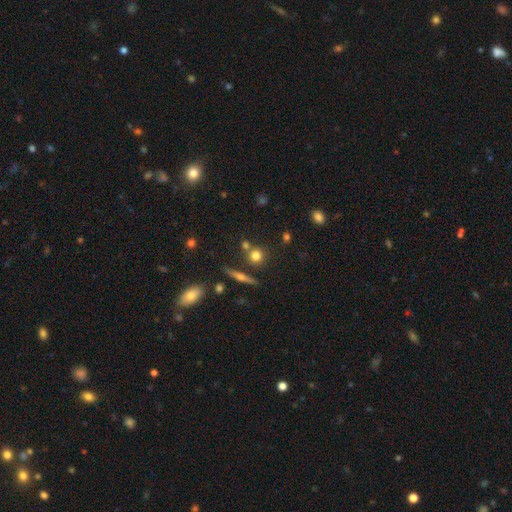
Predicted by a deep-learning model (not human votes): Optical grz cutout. It shows a smooth galaxy with no disk features (72%) that is round (88%). Merging: none (69%).